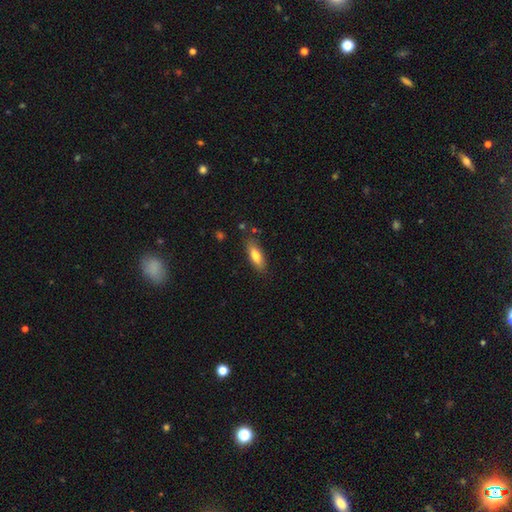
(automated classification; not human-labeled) smooth-or-featured: smooth: 74% | featured or disk: 20% | star or artifact: 6%
  how-rounded: in between: 56% | cigar-shaped: 41% | round: 2%
  merging: none: 80% | minor disturbance: 14% | major disturbance: 3% | merger: 3%